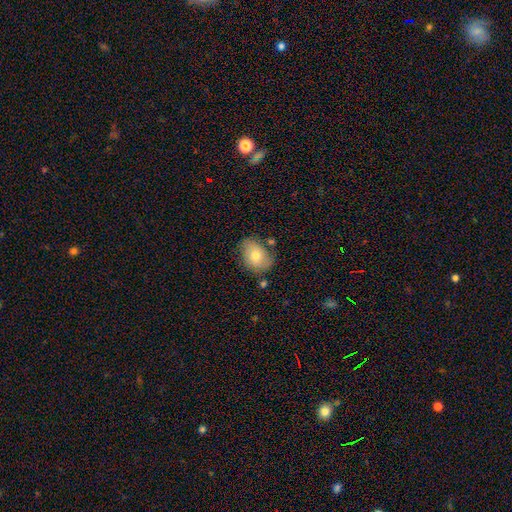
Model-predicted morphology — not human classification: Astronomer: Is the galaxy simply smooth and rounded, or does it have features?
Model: smooth — 66%.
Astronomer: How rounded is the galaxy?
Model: in between — 64%.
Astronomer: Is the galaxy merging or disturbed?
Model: none — 67%.